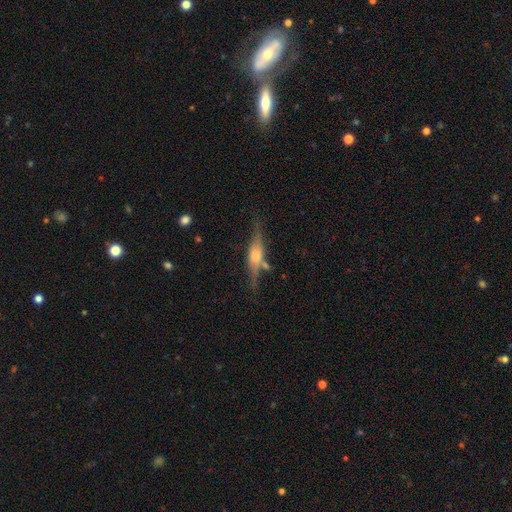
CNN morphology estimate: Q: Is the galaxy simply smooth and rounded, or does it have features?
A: featured or disk — 65%.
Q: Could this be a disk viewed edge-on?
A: yes — 93%.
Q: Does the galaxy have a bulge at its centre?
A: rounded — 74%.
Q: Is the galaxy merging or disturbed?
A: none — 70%.